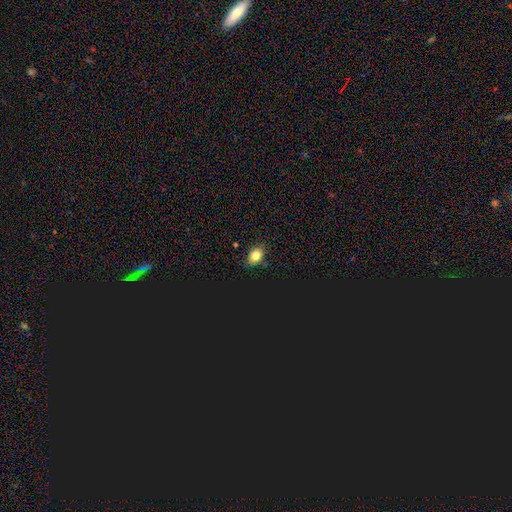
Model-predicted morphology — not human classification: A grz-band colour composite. It shows a smooth galaxy with no disk features (77%) that is in between round and cigar-shaped (70%). Merging: none (82%).